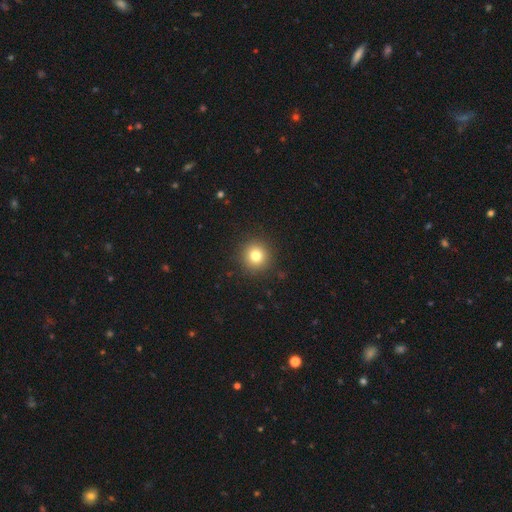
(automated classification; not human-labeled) smooth_or_featured: smooth (p=0.79) [alt: star or artifact p=0.13]
how_rounded: round (p=0.94) [alt: in between p=0.05]
merging: none (p=0.92) [alt: minor disturbance p=0.05]